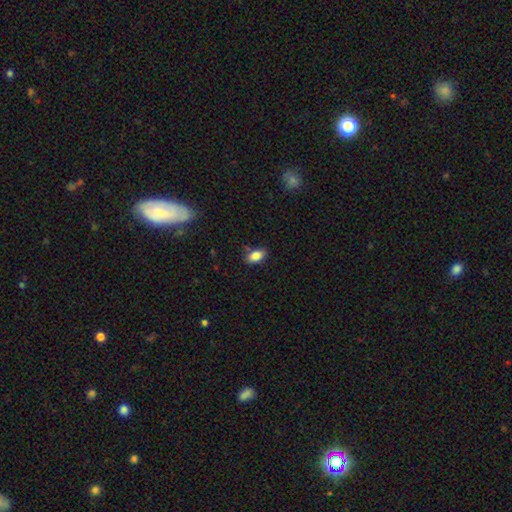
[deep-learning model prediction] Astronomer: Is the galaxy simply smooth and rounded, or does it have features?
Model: smooth — 85%.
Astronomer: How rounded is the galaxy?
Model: in between — 91%.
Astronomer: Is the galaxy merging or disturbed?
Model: none — 80%.